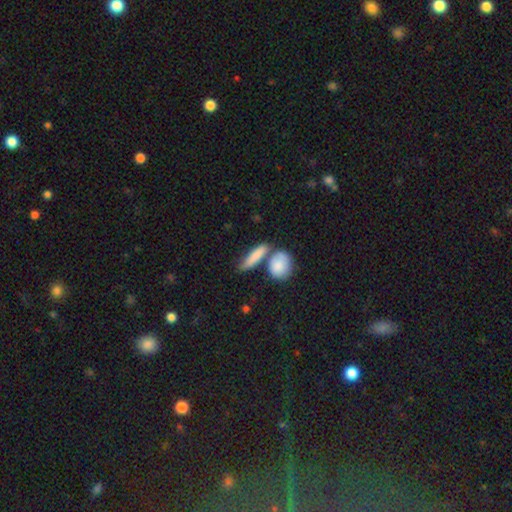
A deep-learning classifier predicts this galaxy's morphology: Q: Smooth or featured?
A: smooth (81%); runner-up: featured or disk (13%)
Q: How rounded?
A: cigar-shaped (52%); runner-up: in between (38%)
Q: Merging?
A: none (58%); runner-up: merger (24%)